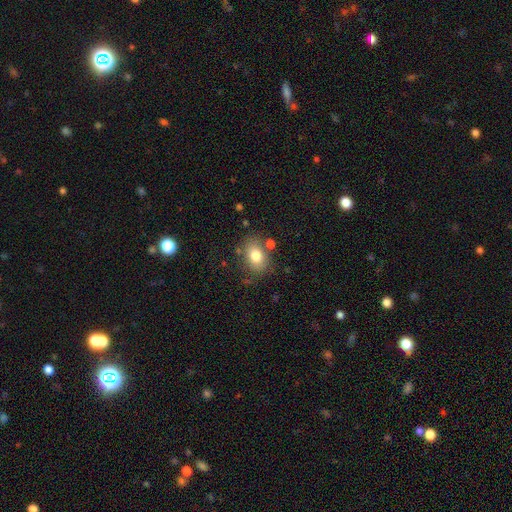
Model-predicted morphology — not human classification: type=smooth (79%); roundness=in between (70%); merging=none (74%).